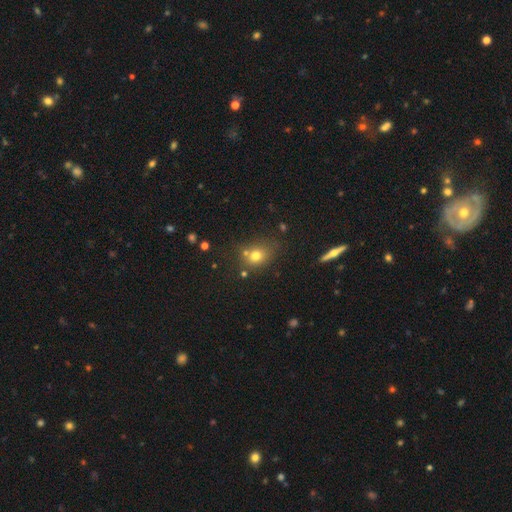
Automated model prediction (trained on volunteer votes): Q: Smooth or featured?
A: smooth (73%); runner-up: star or artifact (15%)
Q: How rounded?
A: round (58%); runner-up: in between (41%)
Q: Merging?
A: none (65%); runner-up: minor disturbance (15%)